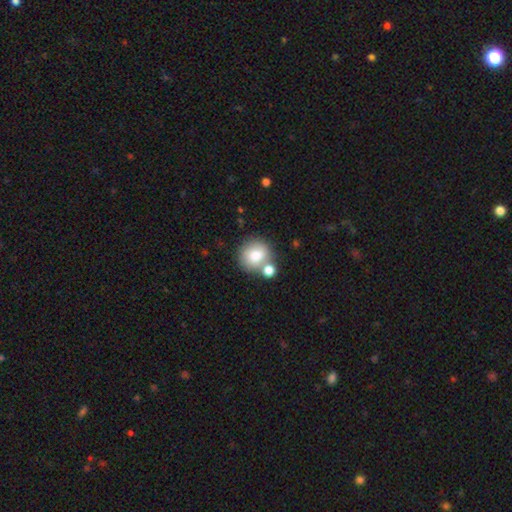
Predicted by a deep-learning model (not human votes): Morphology: type=smooth (79%); roundness=round (82%); merging=none (56%).